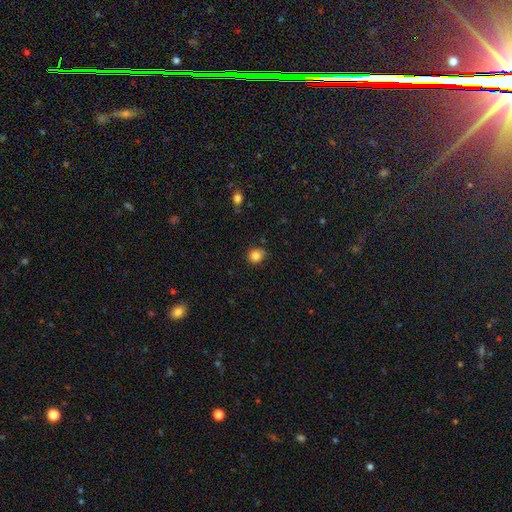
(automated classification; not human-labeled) smooth-or-featured: smooth: 83% | star or artifact: 11% | featured or disk: 6%
  how-rounded: round: 74% | in between: 25% | cigar-shaped: 1%
  merging: none: 76% | minor disturbance: 19% | major disturbance: 3% | merger: 2%